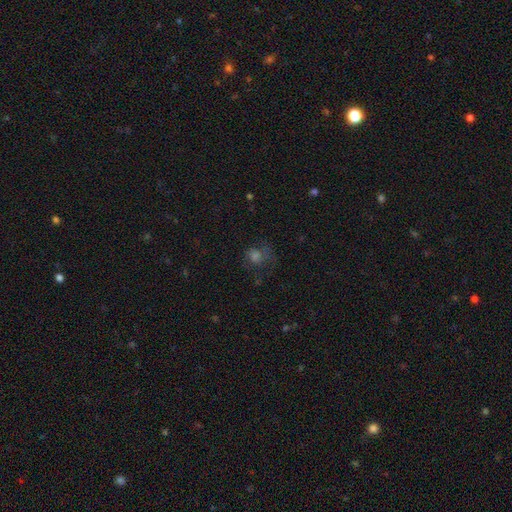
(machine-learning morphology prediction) Q: Smooth or featured?
A: smooth (54%); runner-up: star or artifact (29%)
Q: How rounded?
A: round (75%); runner-up: in between (23%)
Q: Merging?
A: none (56%); runner-up: major disturbance (21%)